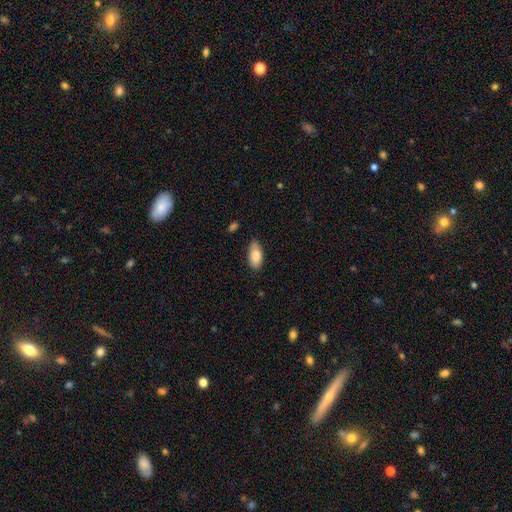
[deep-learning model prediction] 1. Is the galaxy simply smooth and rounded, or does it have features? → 84% smooth, 9% featured or disk, 6% star or artifact.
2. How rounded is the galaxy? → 90% in between, 8% cigar-shaped, 2% round.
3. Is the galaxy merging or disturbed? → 75% none, 21% minor disturbance, 3% major disturbance, 1% merger.